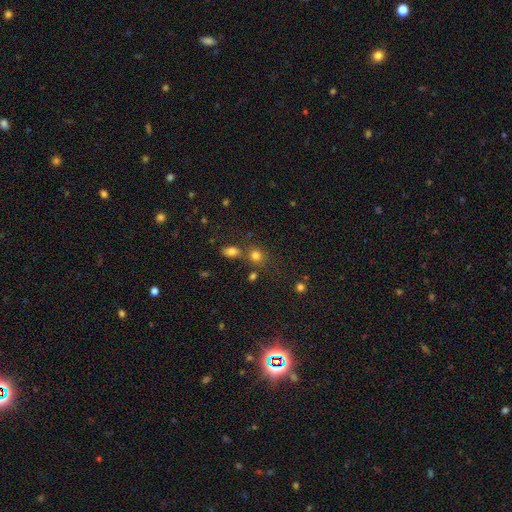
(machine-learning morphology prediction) The model was most divided on "merging": none: 63%, merger: 23%, minor disturbance: 10%, major disturbance: 4%. More confident: smooth or featured — smooth (78%); how rounded — round (76%).